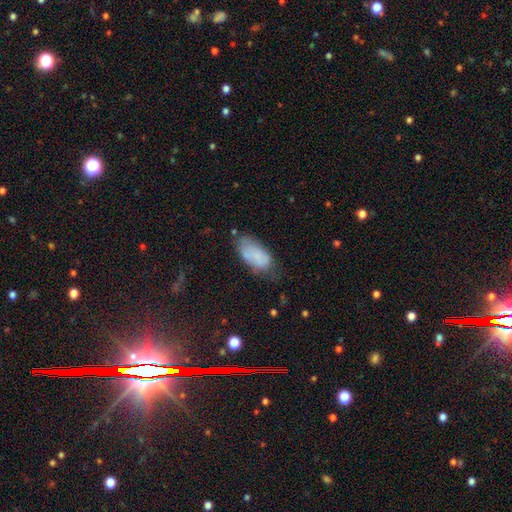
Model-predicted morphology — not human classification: Q: Smooth or featured?
A: smooth (74%); runner-up: featured or disk (17%)
Q: How rounded?
A: in between (92%); runner-up: cigar-shaped (5%)
Q: Merging?
A: none (49%); runner-up: minor disturbance (33%)